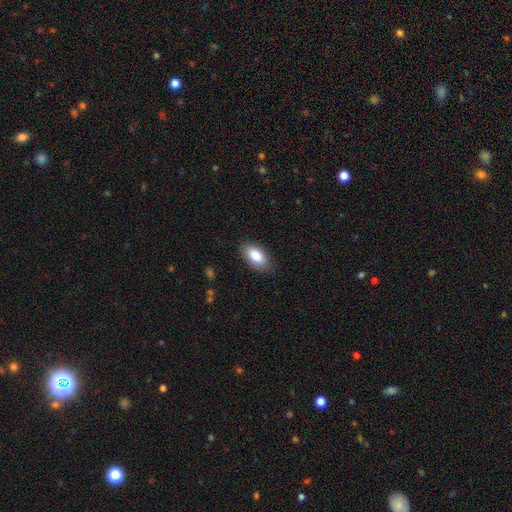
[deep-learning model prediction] smooth_or_featured: smooth (p=0.86) [alt: featured or disk p=0.07]
how_rounded: in between (p=0.94) [alt: round p=0.03]
merging: none (p=0.84) [alt: minor disturbance p=0.13]